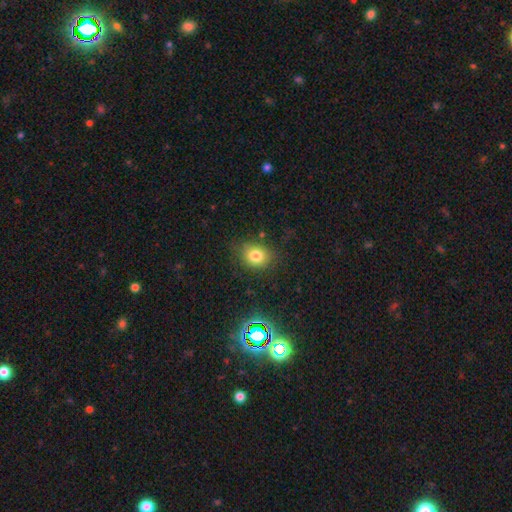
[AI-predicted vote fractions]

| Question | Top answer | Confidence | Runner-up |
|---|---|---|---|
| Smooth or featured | smooth | 78% | star or artifact (14%) |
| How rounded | round | 62% | in between (37%) |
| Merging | none | 77% | minor disturbance (15%) |